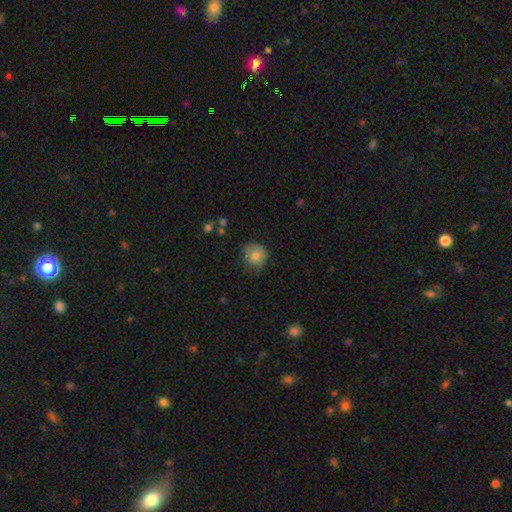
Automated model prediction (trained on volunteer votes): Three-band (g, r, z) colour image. It shows a smooth galaxy with no disk features (77%) that is round (80%). Merging: none (65%).